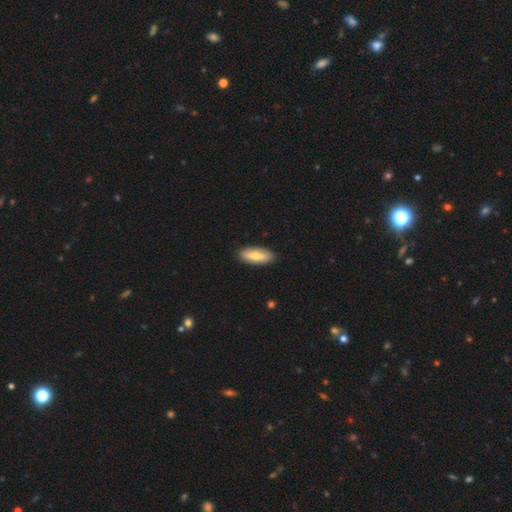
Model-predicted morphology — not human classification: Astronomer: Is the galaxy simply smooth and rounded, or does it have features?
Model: smooth — 69%.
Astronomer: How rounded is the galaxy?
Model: in between — 76%.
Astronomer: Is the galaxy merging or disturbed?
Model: none — 88%.